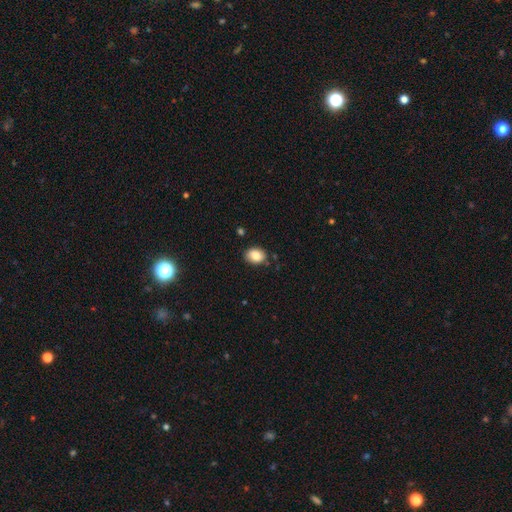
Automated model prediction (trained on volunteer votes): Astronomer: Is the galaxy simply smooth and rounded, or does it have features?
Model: smooth — 82%.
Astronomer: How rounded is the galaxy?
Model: in between — 62%.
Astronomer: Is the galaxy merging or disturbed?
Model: none — 82%.